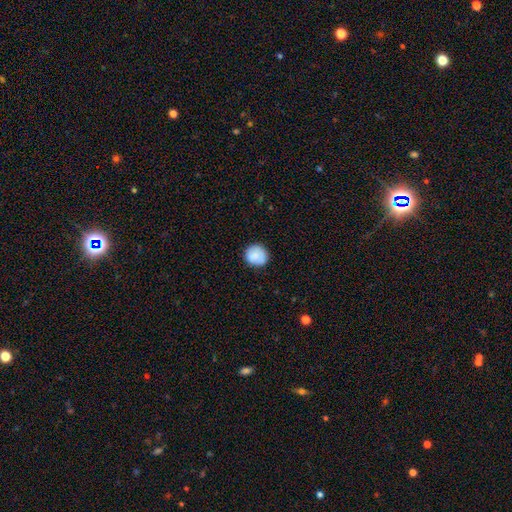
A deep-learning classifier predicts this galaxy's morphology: This appears to be a smooth galaxy with no disk features (87%) that is round (91%). Merging: none (85%).